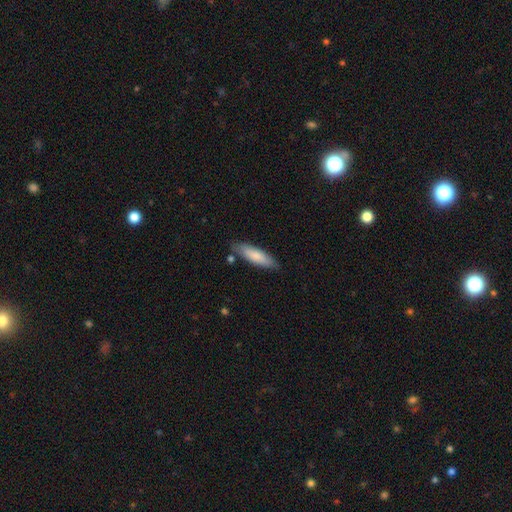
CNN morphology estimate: smooth_or_featured: smooth (p=0.80) [alt: featured or disk p=0.15]
how_rounded: cigar-shaped (p=0.60) [alt: in between p=0.39]
merging: none (p=0.79) [alt: minor disturbance p=0.14]